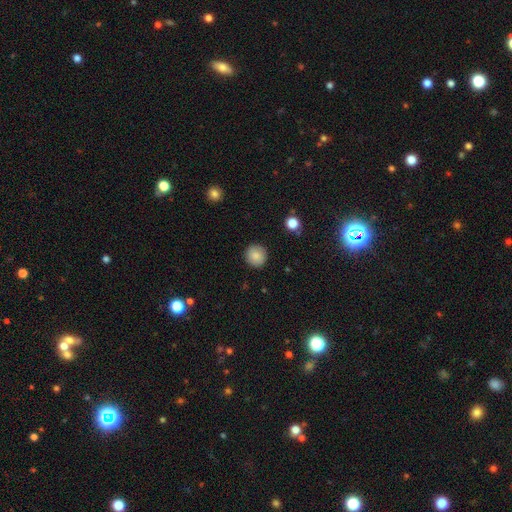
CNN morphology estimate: smooth-or-featured: smooth: 85% | star or artifact: 8% | featured or disk: 7%
  how-rounded: round: 93% | in between: 6% | cigar-shaped: 1%
  merging: none: 90% | minor disturbance: 7% | major disturbance: 2% | merger: 1%